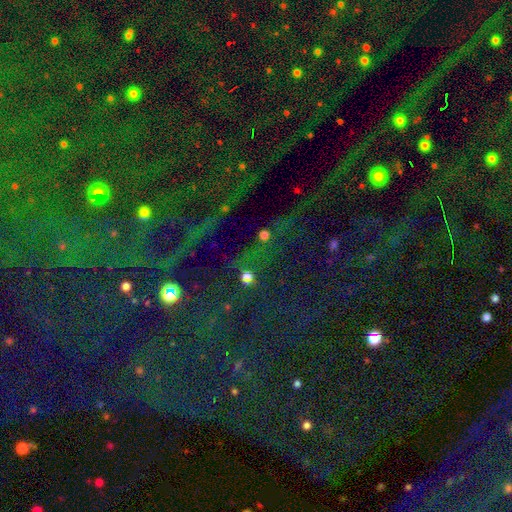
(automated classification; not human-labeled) star or artifact 77%, smooth 13%, featured or disk 9%.